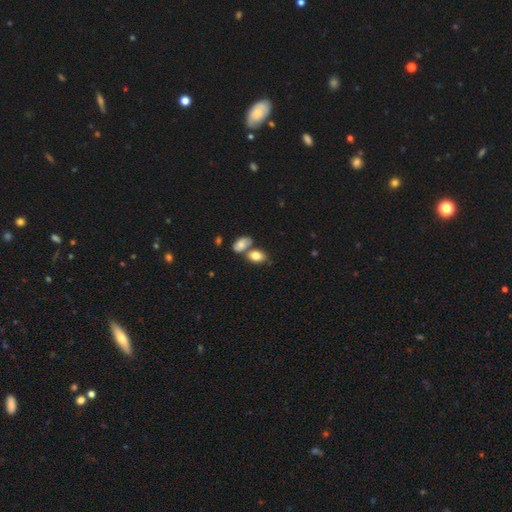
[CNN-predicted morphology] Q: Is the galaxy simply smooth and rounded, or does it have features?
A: smooth — 80%.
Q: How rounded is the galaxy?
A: in between — 84%.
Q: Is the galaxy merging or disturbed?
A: none — 48%.